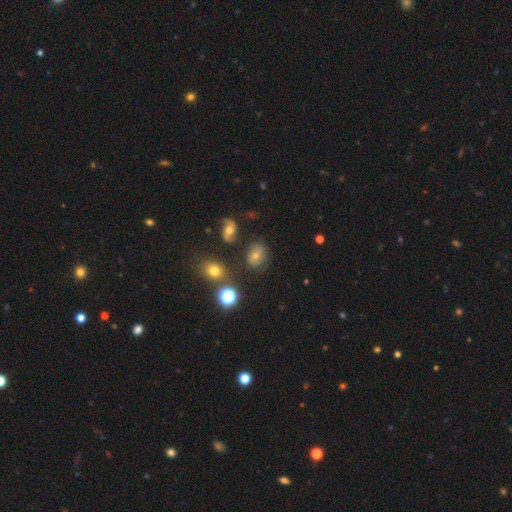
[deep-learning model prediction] Smooth or featured? smooth (54%)
How rounded? in between (53%)
Merging? none (68%)